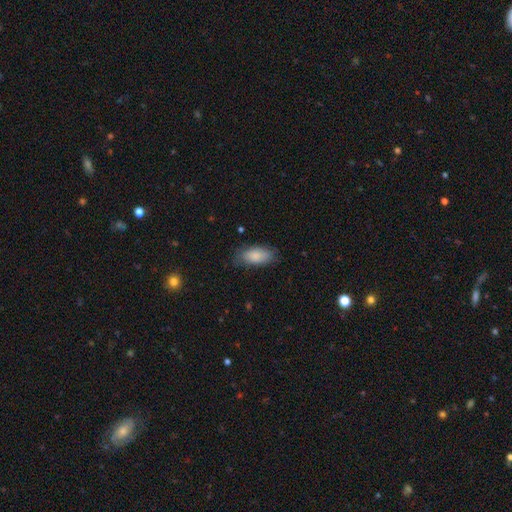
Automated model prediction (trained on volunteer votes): Q: Smooth or featured?
A: smooth (85%); runner-up: featured or disk (9%)
Q: How rounded?
A: in between (89%); runner-up: cigar-shaped (8%)
Q: Merging?
A: none (75%); runner-up: minor disturbance (19%)